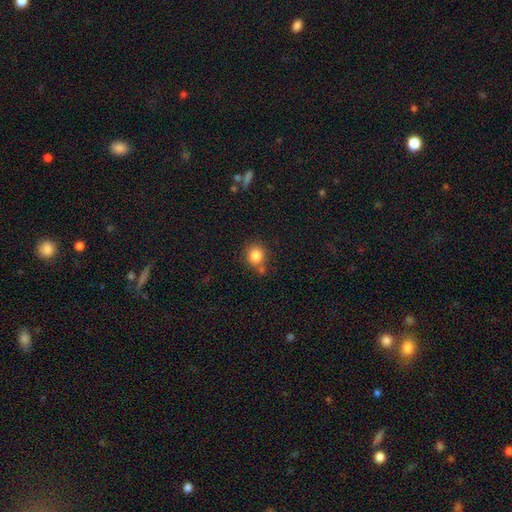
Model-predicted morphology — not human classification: Smooth or featured? Predicted: smooth (p=0.84). How rounded? Predicted: round (p=0.85). Merging? Predicted: none (p=0.72).